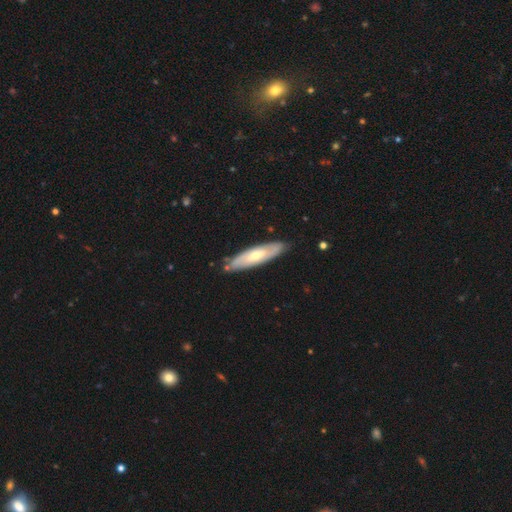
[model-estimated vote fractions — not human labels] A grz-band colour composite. It shows a featured or disk galaxy (58%). Merging: none (83%).